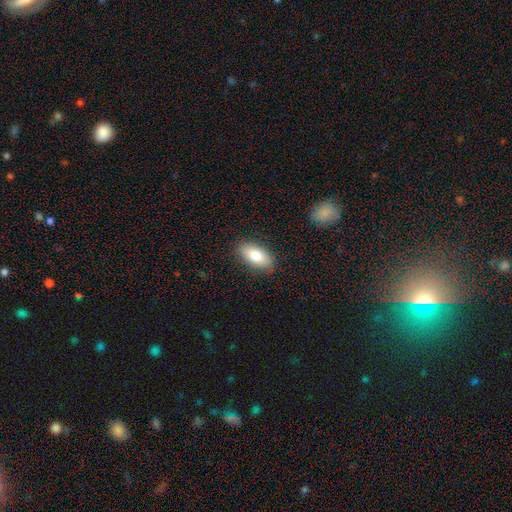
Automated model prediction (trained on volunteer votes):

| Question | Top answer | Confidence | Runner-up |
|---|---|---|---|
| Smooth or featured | smooth | 79% | featured or disk (14%) |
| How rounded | in between | 90% | cigar-shaped (6%) |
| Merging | none | 87% | minor disturbance (10%) |